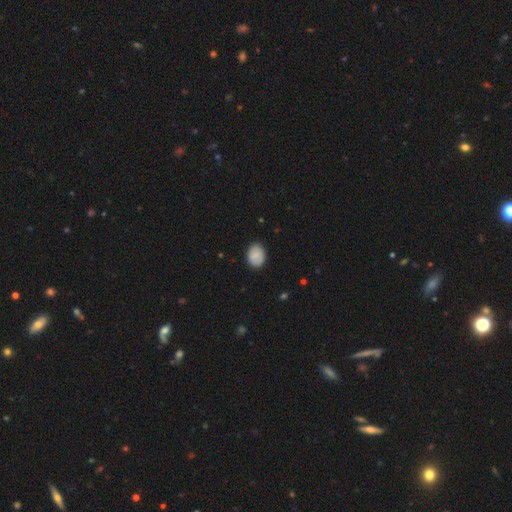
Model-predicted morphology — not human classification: This is clearly a smooth galaxy (85%). How rounded: likely in between (68%). Merging: clearly none (86%).